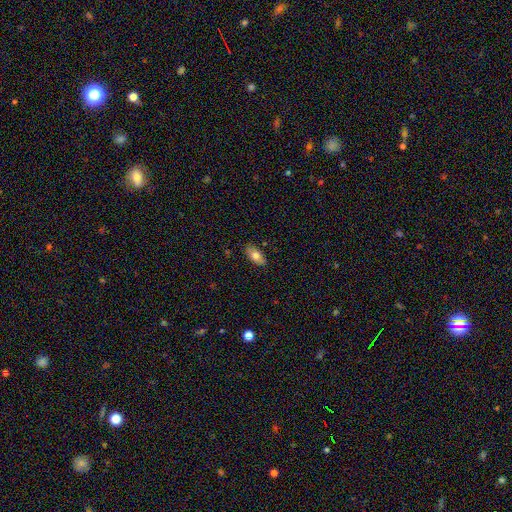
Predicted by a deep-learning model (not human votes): A smooth galaxy with no disk features (74%) that is in between round and cigar-shaped (89%). Merging: none (85%).